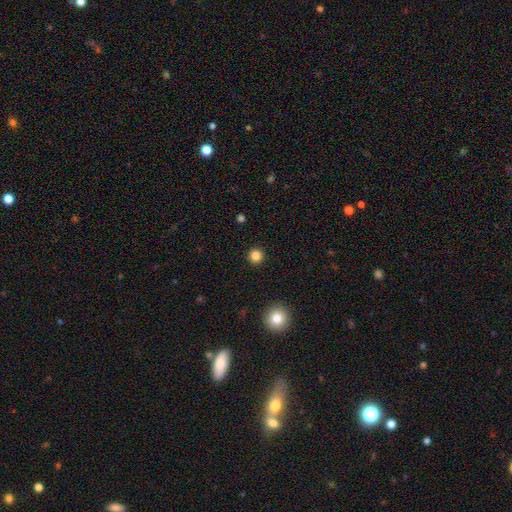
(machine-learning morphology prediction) The model was most divided on "smooth or featured": smooth: 83%, star or artifact: 13%, featured or disk: 4%. More confident: how rounded — round (95%); merging — none (92%).